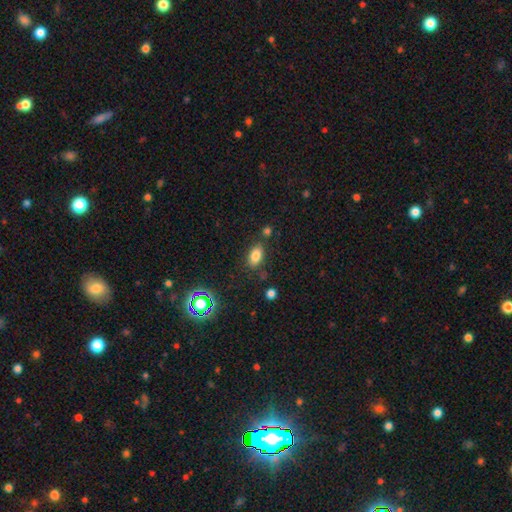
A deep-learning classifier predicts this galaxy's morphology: Smooth or featured?
  - smooth: 80% *
  - star or artifact: 12%
  - featured or disk: 8%
How rounded?
  - in between: 88% *
  - round: 9%
  - cigar-shaped: 4%
Merging?
  - none: 77% *
  - minor disturbance: 13%
  - merger: 6%
  - major disturbance: 4%